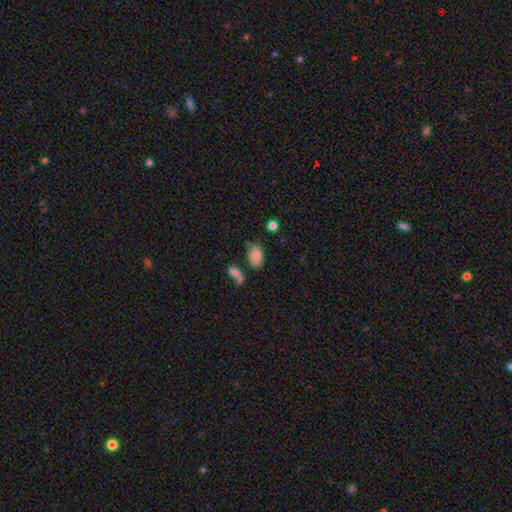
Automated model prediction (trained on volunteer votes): This appears to be a smooth galaxy with no disk features (74%) that is in between round and cigar-shaped (84%). Merging: none (44%).